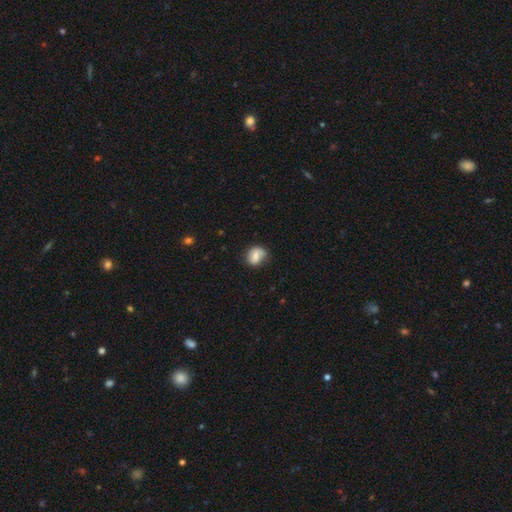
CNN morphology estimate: This is likely a smooth galaxy (67%). How rounded: possibly round (58%). Merging: likely none (63%).